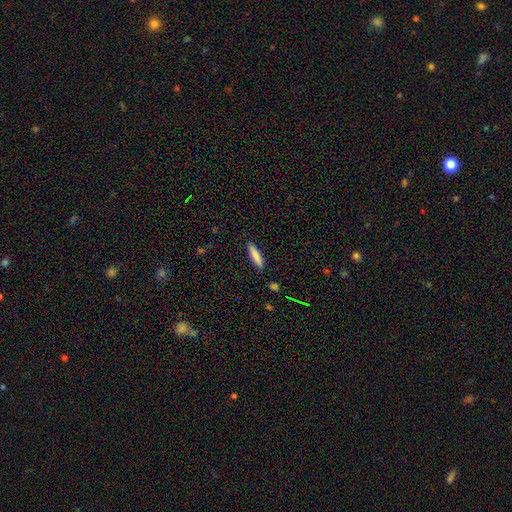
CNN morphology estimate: smooth-or-featured: smooth: 82% | featured or disk: 12% | star or artifact: 7%
  how-rounded: cigar-shaped: 77% | in between: 21% | round: 2%
  merging: none: 89% | minor disturbance: 8% | major disturbance: 2% | merger: 1%